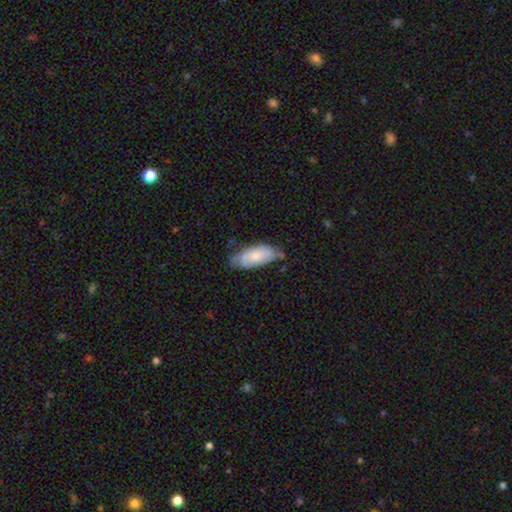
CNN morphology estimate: smooth-or-featured: smooth: 62% | featured or disk: 32% | star or artifact: 6%
  how-rounded: in between: 85% | cigar-shaped: 13% | round: 2%
  merging: none: 55% | minor disturbance: 34% | major disturbance: 7% | merger: 3%